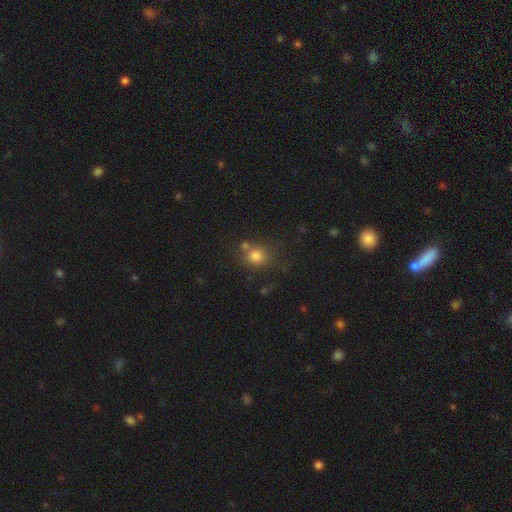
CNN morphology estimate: Smooth or featured? Predicted: smooth (p=0.78). How rounded? Predicted: round (p=0.81). Merging? Predicted: none (p=0.64).